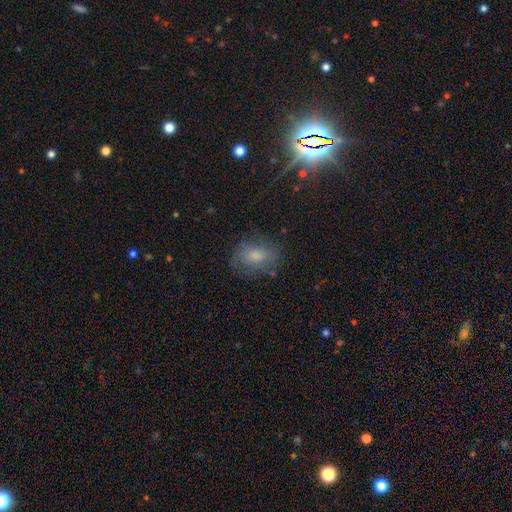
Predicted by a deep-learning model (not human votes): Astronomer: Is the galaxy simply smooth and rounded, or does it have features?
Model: smooth — 72%.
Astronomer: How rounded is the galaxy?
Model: in between — 72%.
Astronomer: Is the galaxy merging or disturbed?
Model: none — 72%.